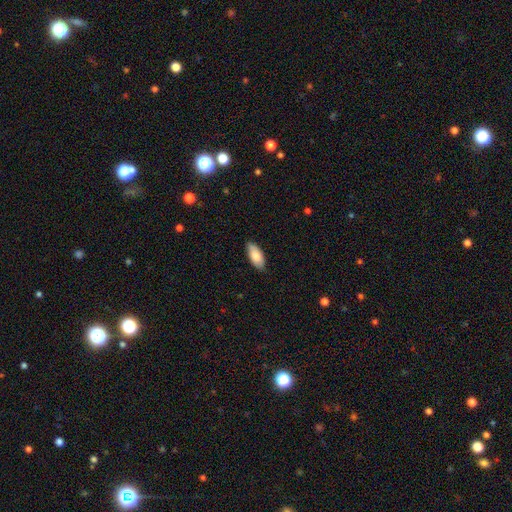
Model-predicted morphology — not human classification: Overall: smooth (84%). How rounded: in between (88%). Merging: none (85%).